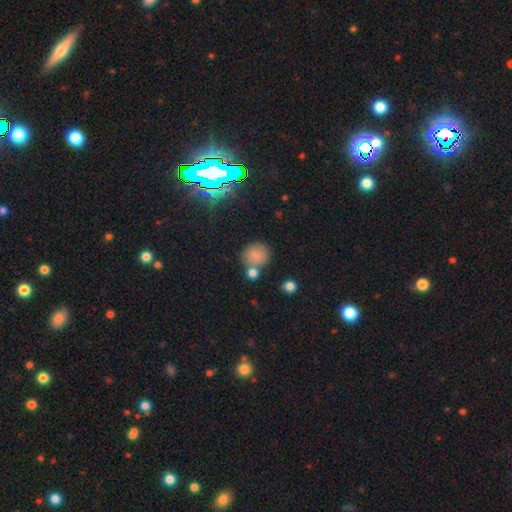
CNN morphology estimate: A smooth galaxy with no disk features (74%) that is round (83%). Merging: none (61%).